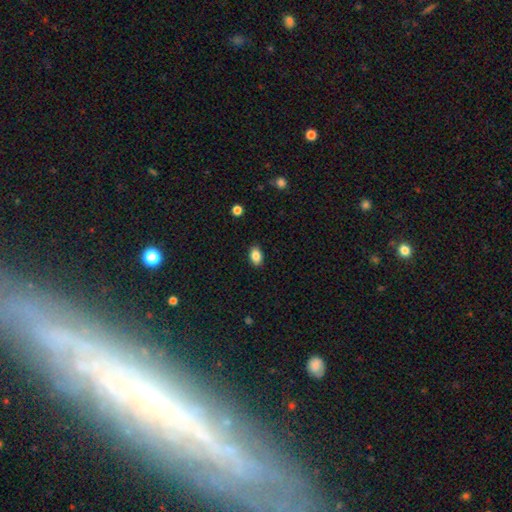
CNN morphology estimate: The model was most divided on "how rounded": in between: 85%, round: 13%, cigar-shaped: 1%. More confident: merging — none (88%); smooth or featured — smooth (85%).